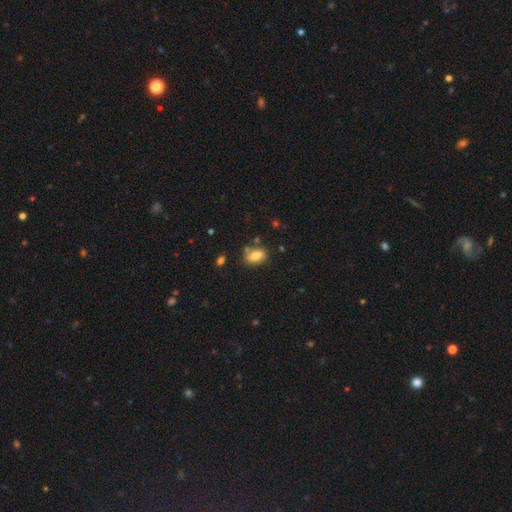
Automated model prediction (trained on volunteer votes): Overall: smooth (76%). How rounded: in between (83%). Merging: none (72%).